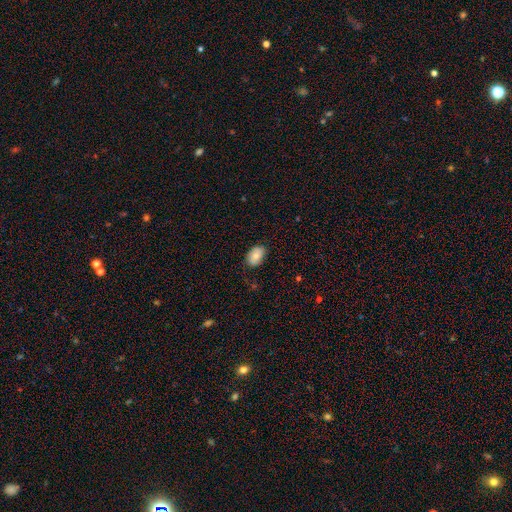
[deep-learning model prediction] Morphology: type=smooth (81%); roundness=in between (89%); merging=none (78%).